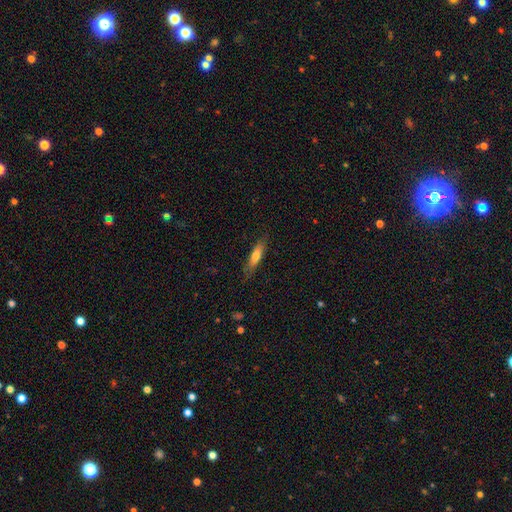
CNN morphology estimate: A smooth galaxy with no disk features (65%) that is cigar-shaped (67%). Merging: none (76%).